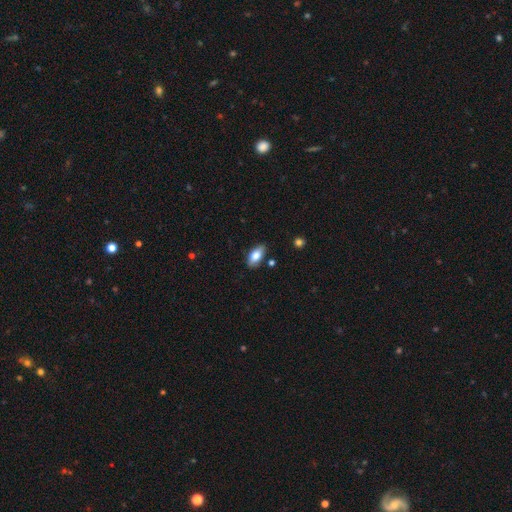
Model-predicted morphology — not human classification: A smooth galaxy with no disk features (78%) that is in between round and cigar-shaped (90%).

Vote fractions:
- Smooth or featured? smooth: 78% / featured or disk: 15% / star or artifact: 7%
- How rounded? in between: 90% / cigar-shaped: 6% / round: 4%
- Merging? none: 79% / minor disturbance: 15% / merger: 3% / major disturbance: 3%